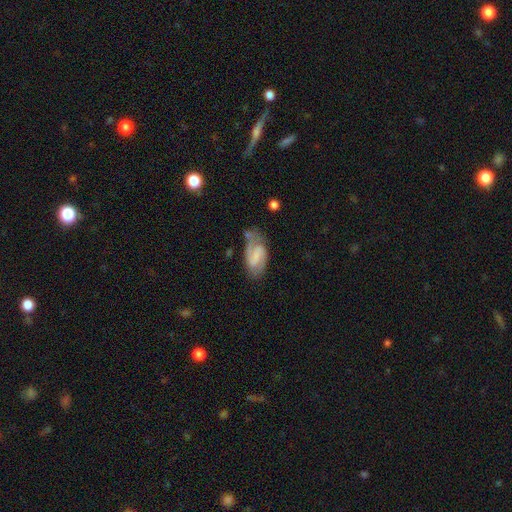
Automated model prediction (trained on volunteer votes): smooth_or_featured: featured or disk (p=0.72) [alt: smooth p=0.22]
disk_edge_on: no (p=0.97) [alt: yes p=0.03]
bar: weak (p=0.49) [alt: strong p=0.30]
has_spiral_arms: yes (p=0.92) [alt: no p=0.08]
spiral_winding: medium (p=0.49) [alt: tight p=0.27]
spiral_arm_count: 2 (p=0.86) [alt: can't tell p=0.07]
bulge_size: none (p=0.45) [alt: small p=0.35]
merging: none (p=0.59) [alt: minor disturbance p=0.25]